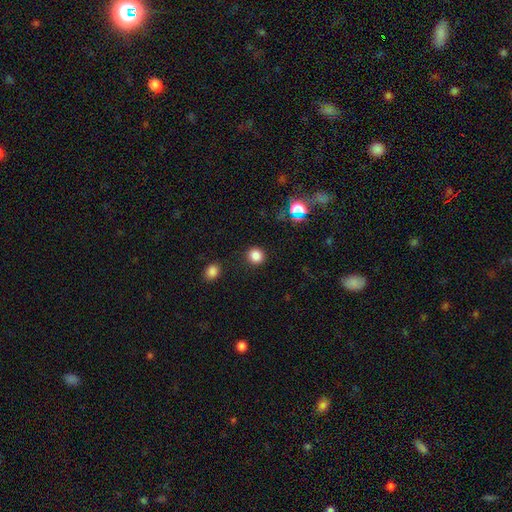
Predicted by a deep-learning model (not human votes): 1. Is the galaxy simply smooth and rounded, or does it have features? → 83% smooth, 13% star or artifact, 4% featured or disk.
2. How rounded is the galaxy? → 89% round, 10% in between, 1% cigar-shaped.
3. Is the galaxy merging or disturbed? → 90% none, 6% minor disturbance, 2% major disturbance, 2% merger.